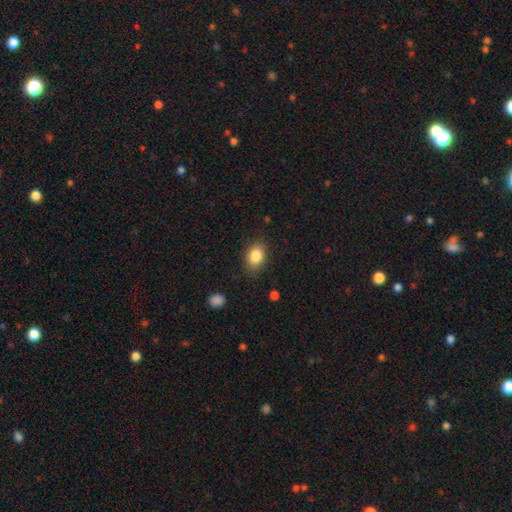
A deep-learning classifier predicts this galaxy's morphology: smooth_or_featured: smooth (p=0.85) [alt: star or artifact p=0.09]
how_rounded: in between (p=0.73) [alt: round p=0.25]
merging: none (p=0.83) [alt: minor disturbance p=0.13]